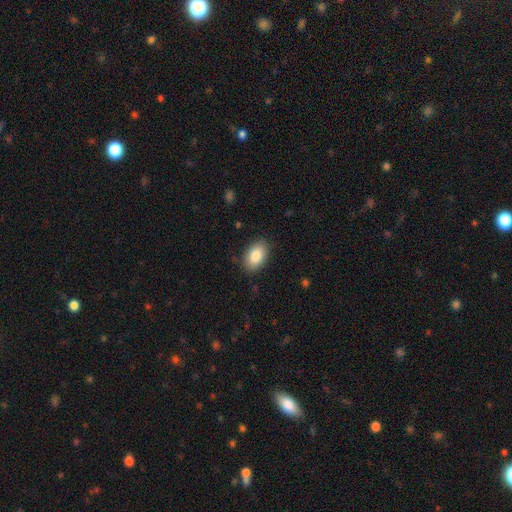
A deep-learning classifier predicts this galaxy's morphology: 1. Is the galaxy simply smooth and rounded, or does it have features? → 86% smooth, 7% featured or disk, 7% star or artifact.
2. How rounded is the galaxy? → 91% in between, 7% round, 1% cigar-shaped.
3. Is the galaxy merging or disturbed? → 86% none, 10% minor disturbance, 3% major disturbance, 1% merger.